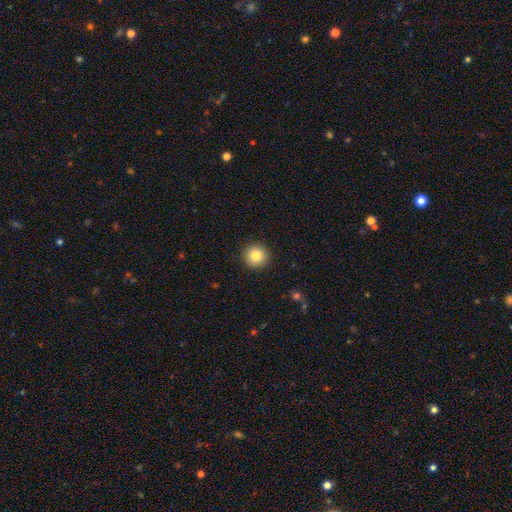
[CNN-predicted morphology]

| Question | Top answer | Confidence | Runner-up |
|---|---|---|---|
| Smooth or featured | smooth | 85% | star or artifact (10%) |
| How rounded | round | 95% | in between (4%) |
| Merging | none | 92% | minor disturbance (5%) |